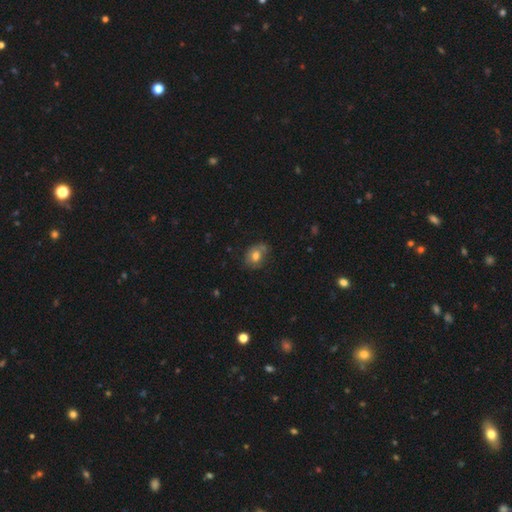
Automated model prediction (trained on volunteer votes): A smooth galaxy with no disk features (69%) that is in between round and cigar-shaped (50%). Merging: none (62%).